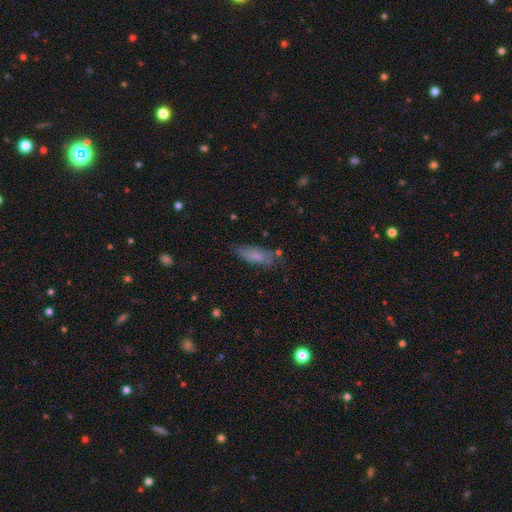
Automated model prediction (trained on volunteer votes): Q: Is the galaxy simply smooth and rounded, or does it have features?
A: smooth — 70%.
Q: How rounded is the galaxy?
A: in between — 69%.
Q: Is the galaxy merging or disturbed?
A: none — 63%.